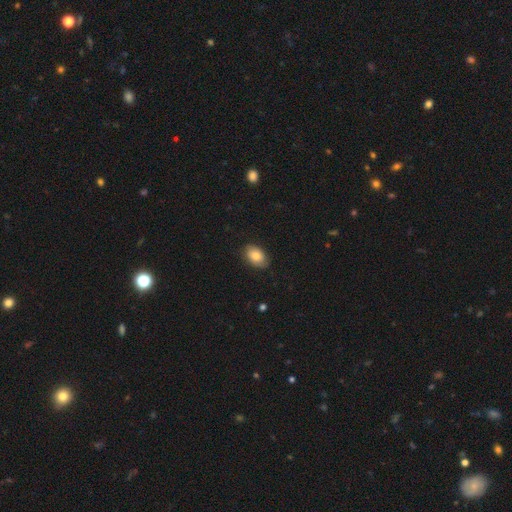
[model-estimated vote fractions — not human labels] This appears to be a smooth galaxy with no disk features (77%) that is in between round and cigar-shaped (88%). Merging: none (79%).